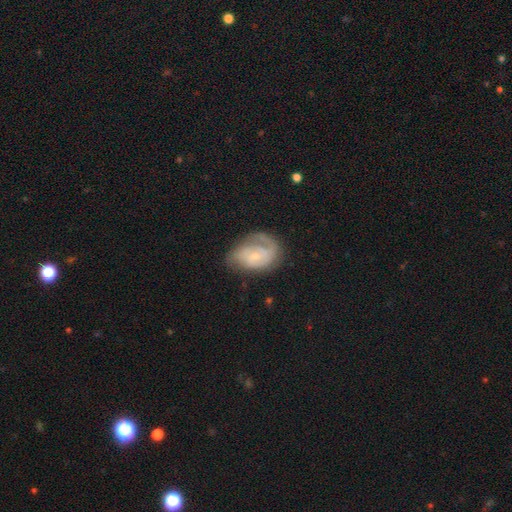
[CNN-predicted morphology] This appears to be a featured or disk galaxy (70%) with no bar (66%), 2 (37%) tight (42%) spiral arms (86%) and a small central bulge (68%). Merging: none (51%).